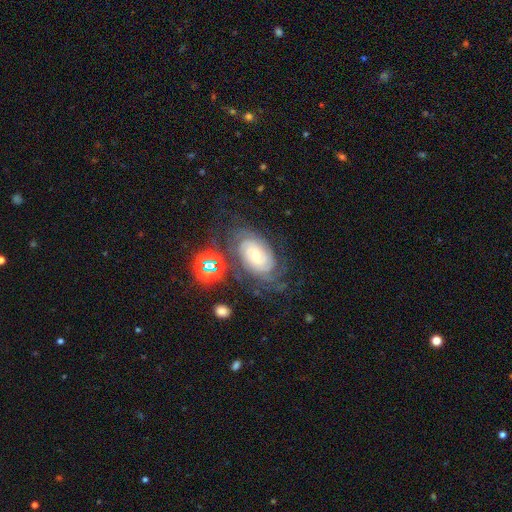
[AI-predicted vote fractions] Smooth or featured? Predicted: featured or disk (p=0.79). Edge-on disk? Predicted: no (p=0.96). Bar? Predicted: no (p=0.67). Spiral arms? Predicted: yes (p=0.95). Spiral winding? Predicted: tight (p=0.75). Spiral arm count? Predicted: can't tell (p=0.41). Bulge size? Predicted: small (p=0.55). Merging? Predicted: none (p=0.67).